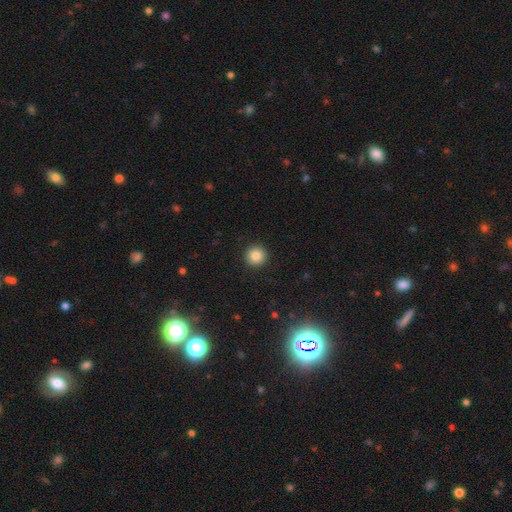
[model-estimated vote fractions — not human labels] Q: Smooth or featured?
A: smooth (85%); runner-up: star or artifact (10%)
Q: How rounded?
A: round (95%); runner-up: in between (4%)
Q: Merging?
A: none (93%); runner-up: minor disturbance (5%)